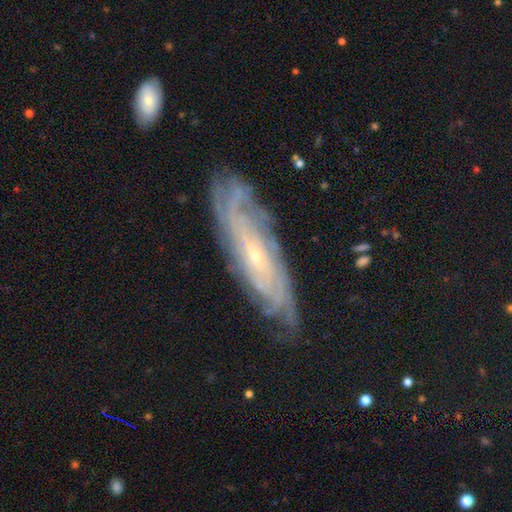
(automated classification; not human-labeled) The model was most divided on "spiral arm count": can't tell: 50%, 4: 12%, more than 4: 12%, 2: 10%, 3: 10%, 1: 6%. More confident: spiral arms — yes (95%); smooth or featured — featured or disk (81%); bulge size — small (80%); edge-on disk — no (80%); merging — none (78%); spiral winding — tight (74%); bar — no (67%).